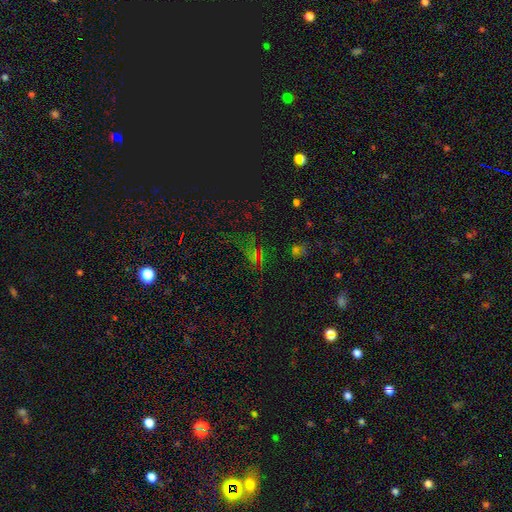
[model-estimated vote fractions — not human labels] smooth-or-featured: star or artifact: 63% | smooth: 26% | featured or disk: 11%